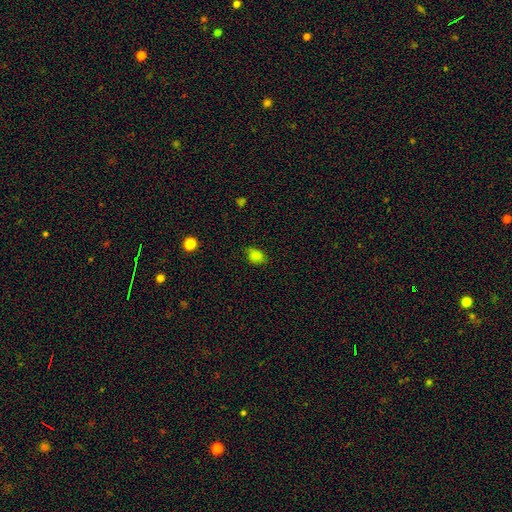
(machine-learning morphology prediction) Smooth or featured: smooth — 82% (star or artifact — 13%)
How rounded: in between — 66% (round — 33%)
Merging: none — 72% (minor disturbance — 22%)